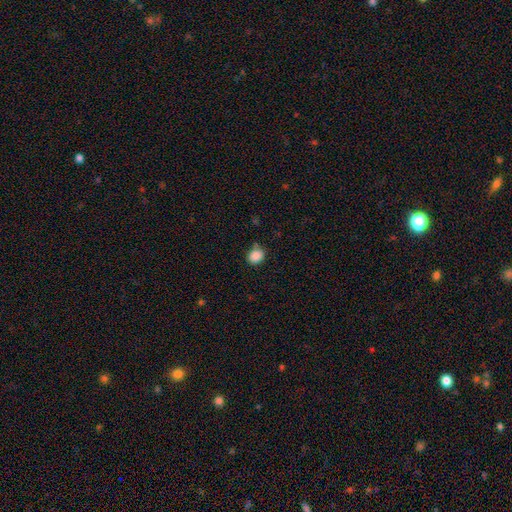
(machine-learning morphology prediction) Overall: smooth (87%). How rounded: round (59%; in between 40%). Merging: none (72%).